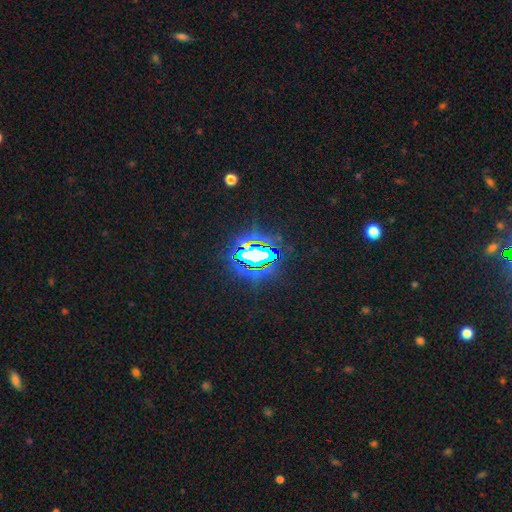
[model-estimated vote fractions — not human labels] smooth_or_featured: star or artifact (p=0.74) [alt: smooth p=0.14]